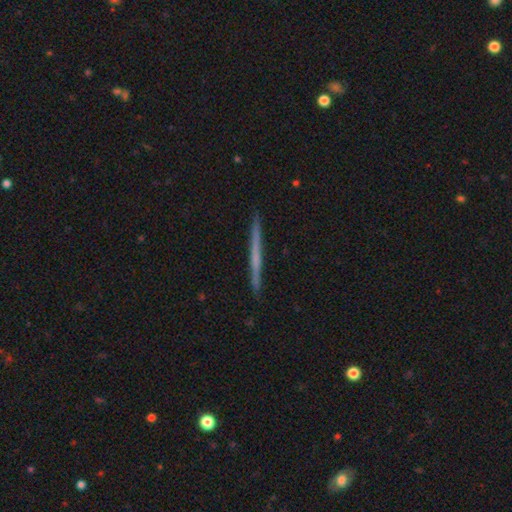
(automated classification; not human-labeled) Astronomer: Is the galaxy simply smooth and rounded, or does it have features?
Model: featured or disk — 56% (runner-up: smooth, 38%).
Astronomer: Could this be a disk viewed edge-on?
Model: yes — 98%.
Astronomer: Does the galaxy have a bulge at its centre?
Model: none — 86%.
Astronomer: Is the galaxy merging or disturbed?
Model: none — 93%.